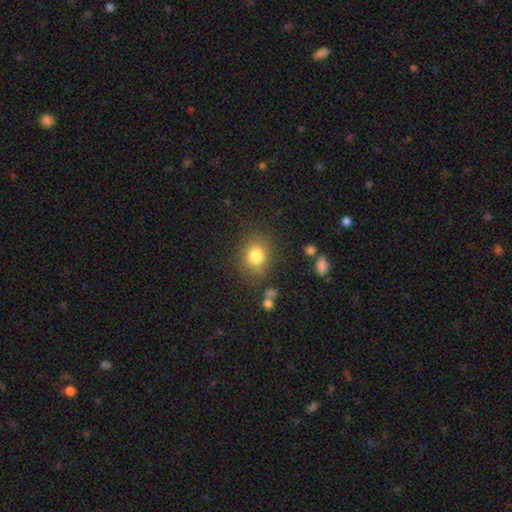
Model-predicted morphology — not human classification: Smooth or featured?
  - smooth: 81% *
  - star or artifact: 11%
  - featured or disk: 8%
How rounded?
  - round: 68% *
  - in between: 31%
  - cigar-shaped: 1%
Merging?
  - none: 80% *
  - minor disturbance: 12%
  - major disturbance: 5%
  - merger: 3%